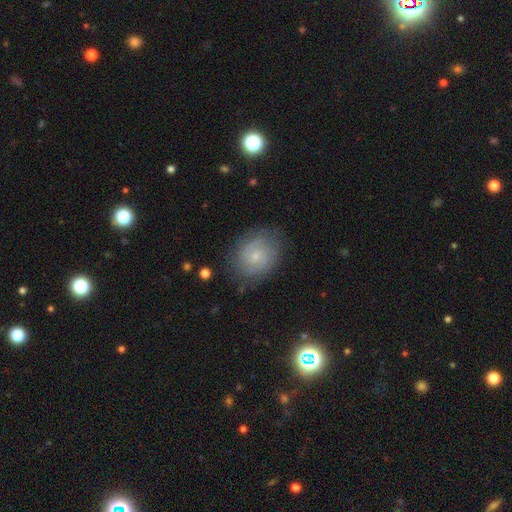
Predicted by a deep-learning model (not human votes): Smooth or featured: featured or disk — 69% (smooth — 23%)
Edge-on disk: no — 98% (yes — 2%)
Bar: no — 70% (weak — 26%)
Spiral arms: yes — 91% (no — 9%)
Spiral winding: tight — 61% (medium — 30%)
Spiral arm count: 2 — 52% (can't tell — 27%)
Bulge size: small — 76% (moderate — 18%)
Merging: none — 77% (minor disturbance — 16%)